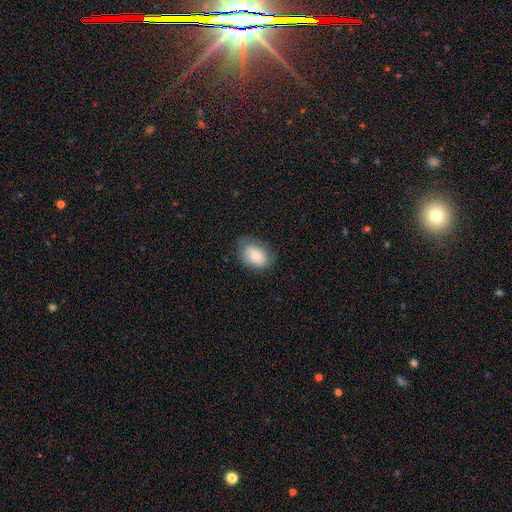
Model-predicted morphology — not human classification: A smooth galaxy with no disk features (76%) that is in between round and cigar-shaped (80%). Merging: none (67%).